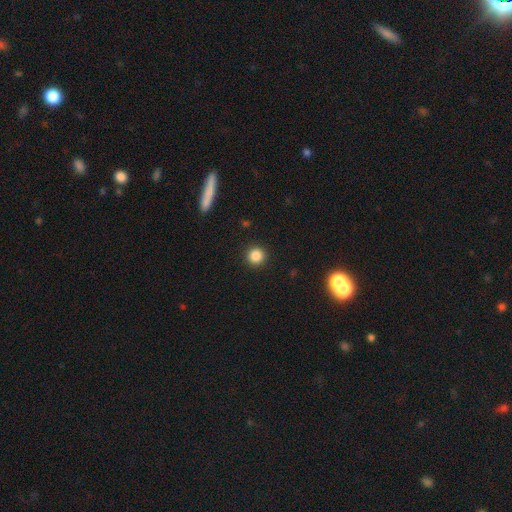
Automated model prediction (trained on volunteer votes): This appears to be a smooth galaxy with no disk features (85%) that is round (95%). Merging: none (92%).